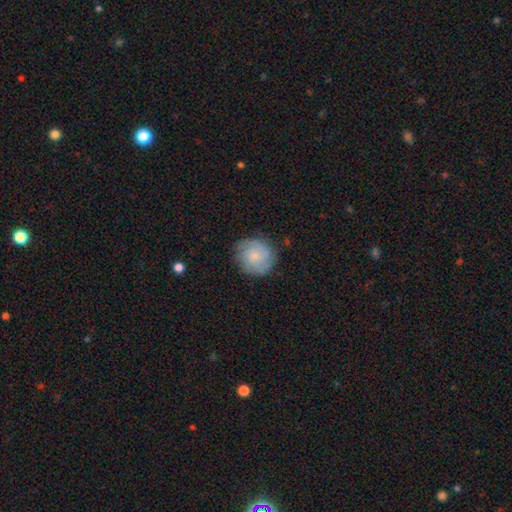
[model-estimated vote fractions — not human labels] This is possibly a smooth galaxy (53%). How rounded: clearly round (87%). Merging: likely none (76%).